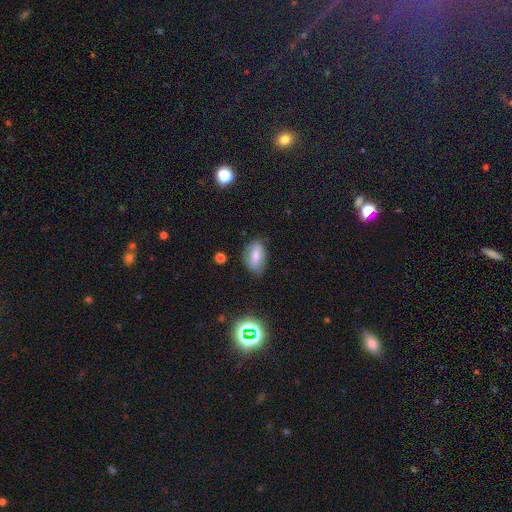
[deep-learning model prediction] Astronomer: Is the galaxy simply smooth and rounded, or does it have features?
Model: smooth — 62%.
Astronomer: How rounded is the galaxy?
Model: in between — 87%.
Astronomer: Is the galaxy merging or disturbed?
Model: none — 67%.